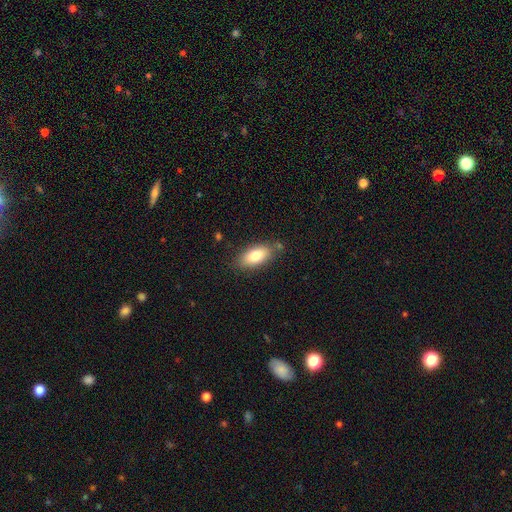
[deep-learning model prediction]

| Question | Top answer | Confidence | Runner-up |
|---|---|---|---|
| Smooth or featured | smooth | 78% | featured or disk (15%) |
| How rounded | in between | 88% | cigar-shaped (8%) |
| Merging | none | 79% | minor disturbance (14%) |